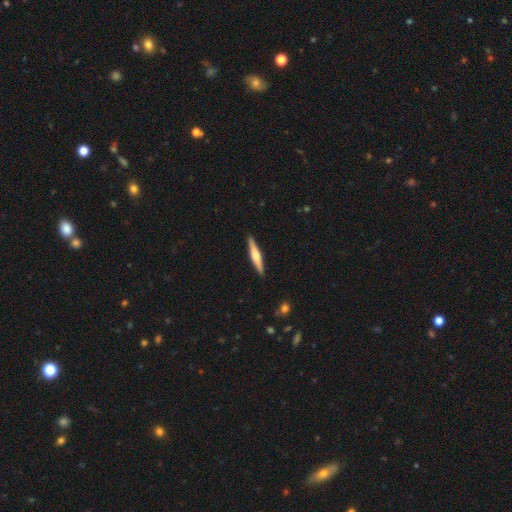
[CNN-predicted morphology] featured or disk 55%, smooth 39%, star or artifact 5%. Down the decision tree: edge-on disk — yes (98%); edge-on bulge — rounded (71%); merging — none (91%).